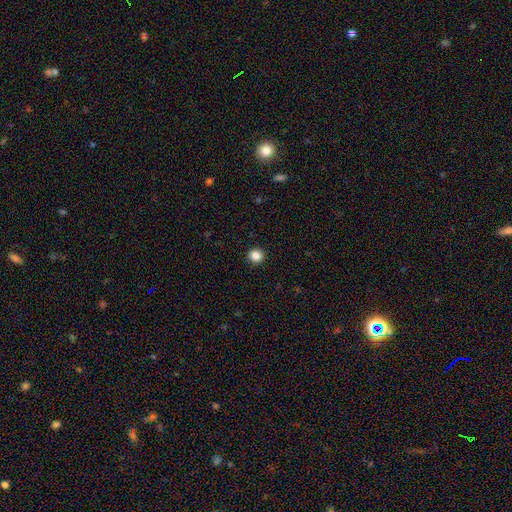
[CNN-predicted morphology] The model was most divided on "smooth or featured": smooth: 86%, star or artifact: 11%, featured or disk: 3%. More confident: how rounded — round (94%); merging — none (94%).